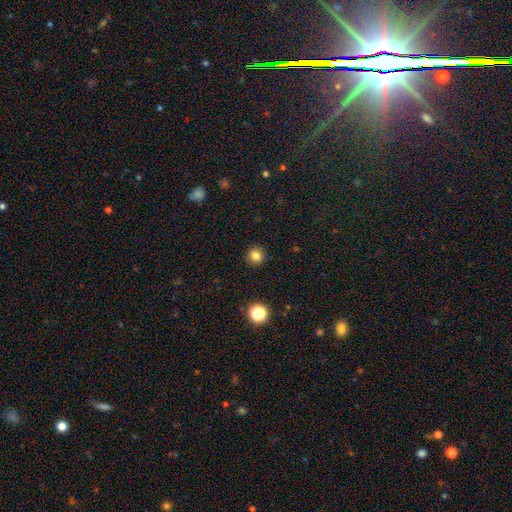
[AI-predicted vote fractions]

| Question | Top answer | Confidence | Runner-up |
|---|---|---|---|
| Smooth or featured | smooth | 82% | star or artifact (13%) |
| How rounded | round | 92% | in between (7%) |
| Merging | none | 92% | minor disturbance (5%) |